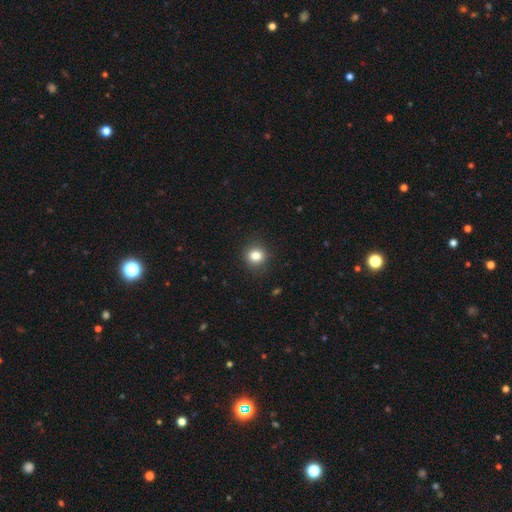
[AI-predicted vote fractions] A smooth galaxy with no disk features (83%) that is round (82%).

Vote fractions:
- Smooth or featured? smooth: 83% / star or artifact: 11% / featured or disk: 6%
- How rounded? round: 82% / in between: 17% / cigar-shaped: 1%
- Merging? none: 89% / minor disturbance: 7% / major disturbance: 2% / merger: 1%